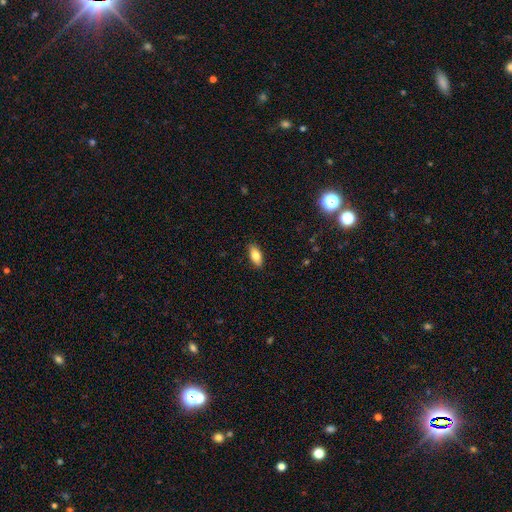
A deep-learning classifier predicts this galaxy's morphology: Smooth or featured? Predicted: smooth (p=0.78). How rounded? Predicted: in between (p=0.86). Merging? Predicted: none (p=0.89).